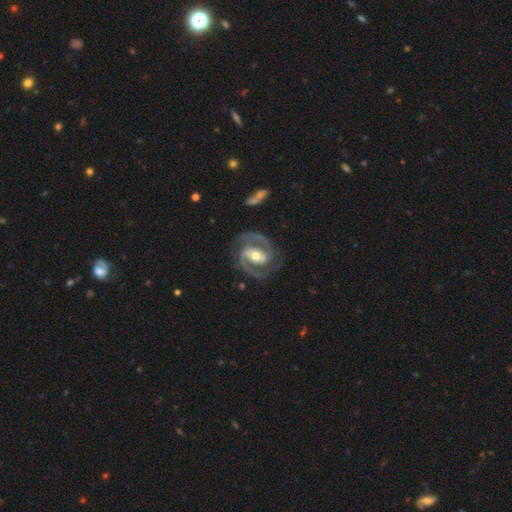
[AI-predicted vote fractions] smooth_or_featured: featured or disk (p=0.91) [alt: smooth p=0.05]
disk_edge_on: no (p=0.98) [alt: yes p=0.02]
bar: weak (p=0.36) [tied with: strong p=0.36]
has_spiral_arms: yes (p=0.97) [alt: no p=0.03]
spiral_winding: medium (p=0.53) [alt: tight p=0.37]
spiral_arm_count: 2 (p=0.92) [alt: can't tell p=0.02]
bulge_size: moderate (p=0.71) [alt: small p=0.20]
merging: none (p=0.80) [alt: minor disturbance p=0.13]